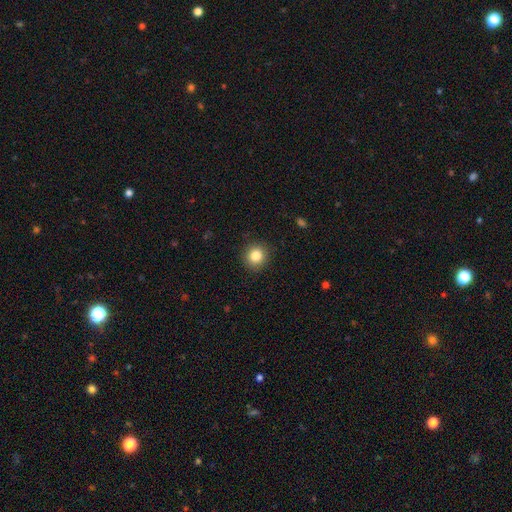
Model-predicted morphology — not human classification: A smooth galaxy with no disk features (84%) that is round (92%).

Vote fractions:
- Smooth or featured? smooth: 84% / star or artifact: 10% / featured or disk: 6%
- How rounded? round: 92% / in between: 7% / cigar-shaped: 1%
- Merging? none: 91% / minor disturbance: 6% / major disturbance: 2% / merger: 1%